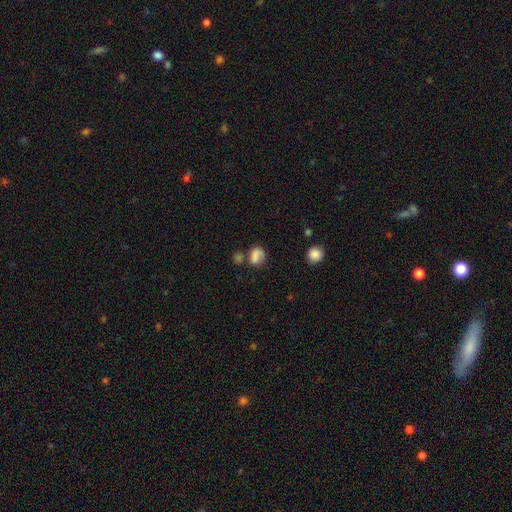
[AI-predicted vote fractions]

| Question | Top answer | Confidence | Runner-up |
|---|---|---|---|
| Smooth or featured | smooth | 73% | featured or disk (15%) |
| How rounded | in between | 51% | round (48%) |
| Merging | none | 48% | minor disturbance (21%) |